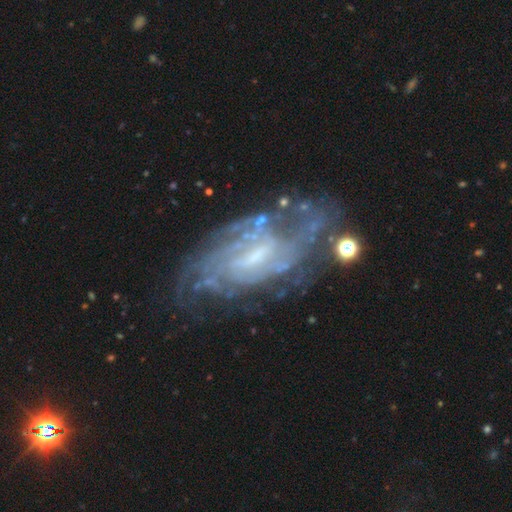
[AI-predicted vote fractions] Overall: featured or disk (85%). Edge-on disk: no (94%). Bar: weak (53%; strong 24%). Spiral arms: yes (93%). Spiral arm count: can't tell (43%; 2 15%). Spiral winding: tight (58%; medium 33%). Bulge size: small (50%; moderate 26%). Merging: none (64%).